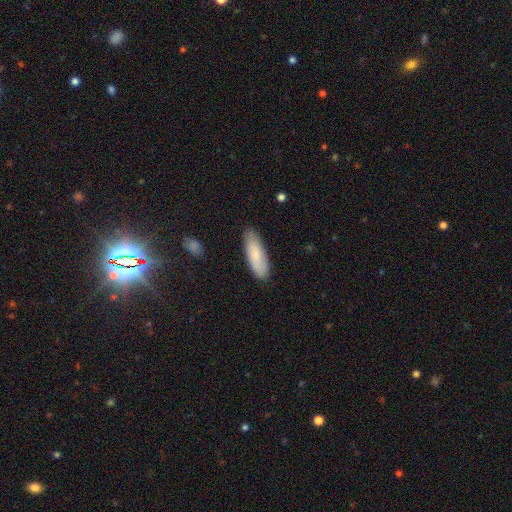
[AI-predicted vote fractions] A smooth galaxy with no disk features (76%) that is in between round and cigar-shaped (55%). Merging: none (83%).